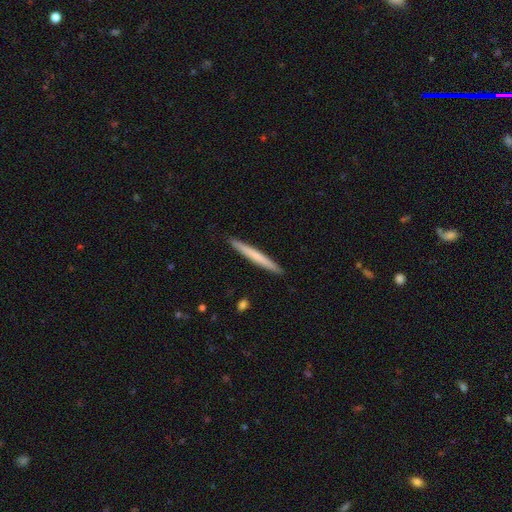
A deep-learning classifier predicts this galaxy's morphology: This is likely a smooth galaxy (62%). How rounded: clearly cigar-shaped (97%). Merging: clearly none (92%).